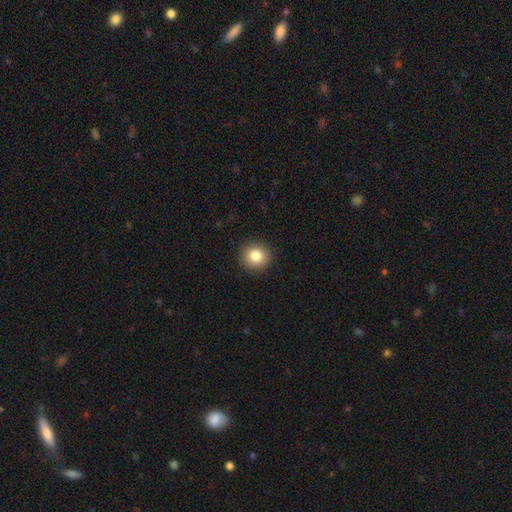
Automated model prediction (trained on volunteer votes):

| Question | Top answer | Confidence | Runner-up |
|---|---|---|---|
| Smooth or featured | smooth | 84% | star or artifact (10%) |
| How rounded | round | 92% | in between (8%) |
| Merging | none | 92% | minor disturbance (5%) |